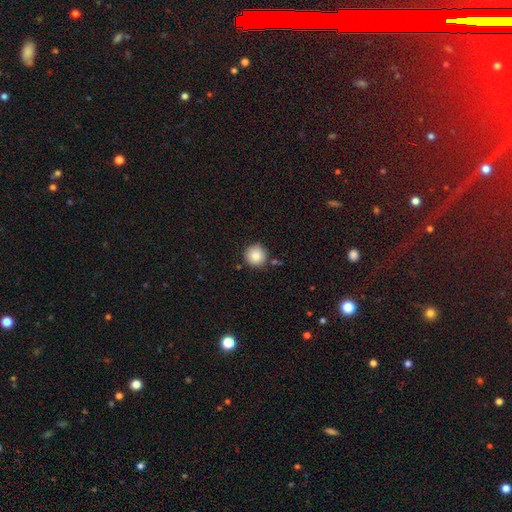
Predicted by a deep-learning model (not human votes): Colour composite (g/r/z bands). It shows a smooth galaxy with no disk features (86%) that is round (95%). Merging: none (85%).